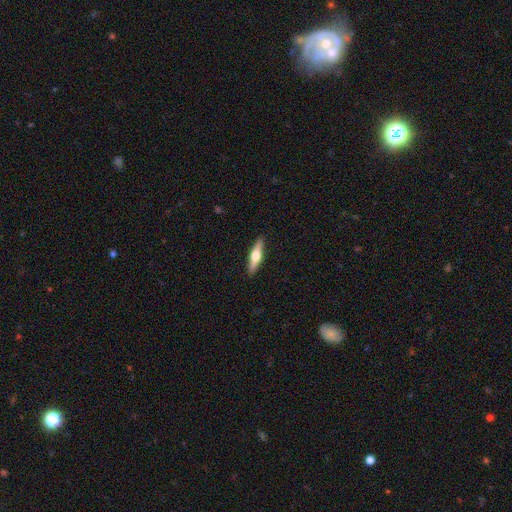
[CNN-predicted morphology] This appears to be a featured or disk galaxy (52%) viewed edge-on (95%). Merging: none (90%).